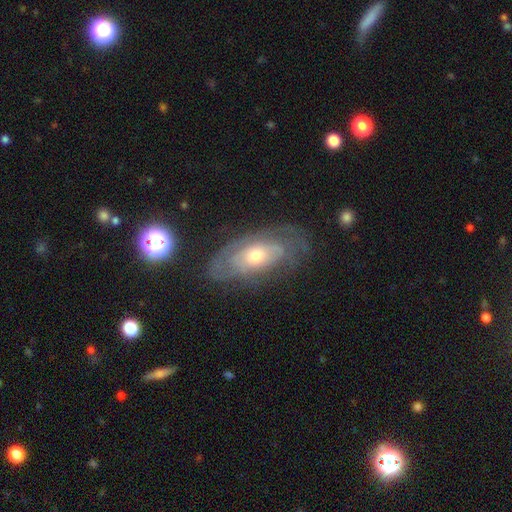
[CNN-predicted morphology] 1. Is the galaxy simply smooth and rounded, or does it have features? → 70% featured or disk, 22% smooth, 8% star or artifact.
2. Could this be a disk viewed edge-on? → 88% no, 12% yes.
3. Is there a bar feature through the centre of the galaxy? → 82% no, 15% weak, 4% strong.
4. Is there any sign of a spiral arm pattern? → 72% yes, 28% no.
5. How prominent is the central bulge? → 57% moderate, 37% small, 4% large, 1% none, 1% dominant.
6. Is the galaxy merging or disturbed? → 67% none, 21% minor disturbance, 10% major disturbance, 2% merger.